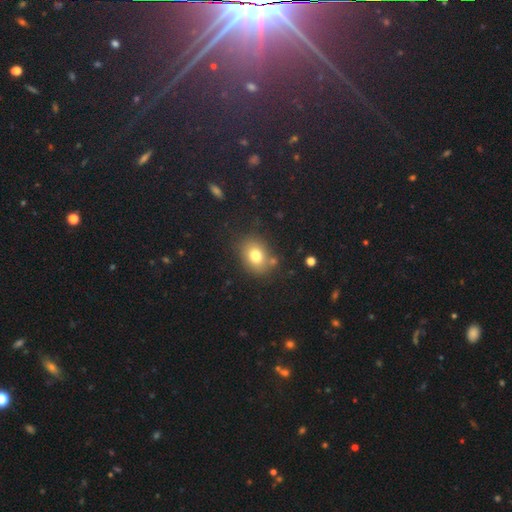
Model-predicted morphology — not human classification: Smooth or featured?
  - smooth: 77% *
  - star or artifact: 12%
  - featured or disk: 11%
How rounded?
  - in between: 56% *
  - round: 44%
  - cigar-shaped: 1%
Merging?
  - none: 77% *
  - minor disturbance: 13%
  - merger: 6%
  - major disturbance: 4%